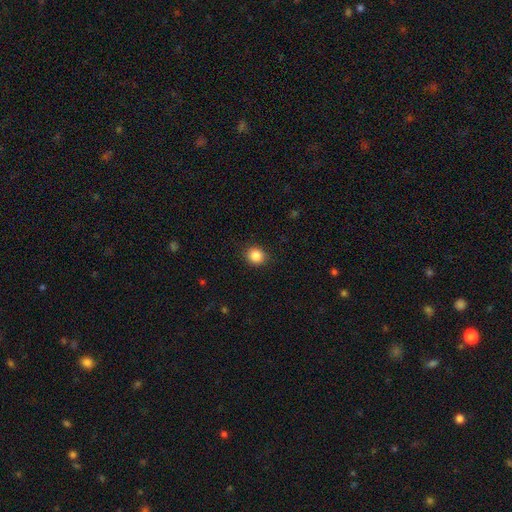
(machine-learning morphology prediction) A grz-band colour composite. It shows a smooth galaxy with no disk features (86%) that is round (84%). Merging: none (90%).